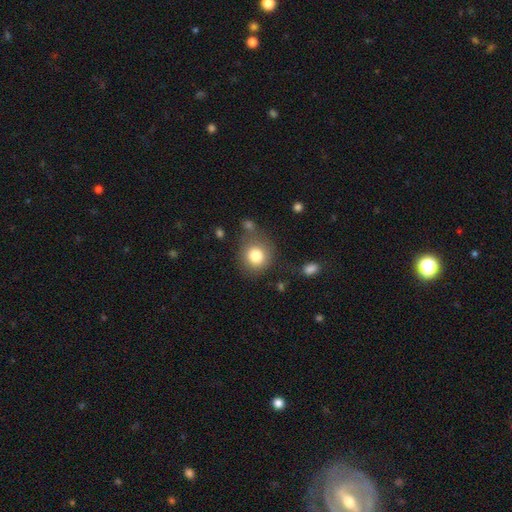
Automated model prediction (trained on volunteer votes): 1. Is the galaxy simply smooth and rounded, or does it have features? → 81% smooth, 9% star or artifact, 9% featured or disk.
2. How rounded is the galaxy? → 84% round, 16% in between, 1% cigar-shaped.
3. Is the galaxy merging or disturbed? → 67% none, 17% minor disturbance, 9% merger, 7% major disturbance.